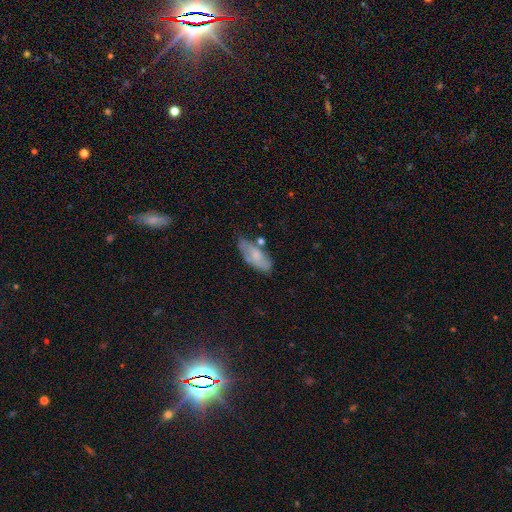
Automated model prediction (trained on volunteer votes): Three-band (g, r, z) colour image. It shows a smooth galaxy with no disk features (63%) that is in between round and cigar-shaped (80%). Merging: none (60%).